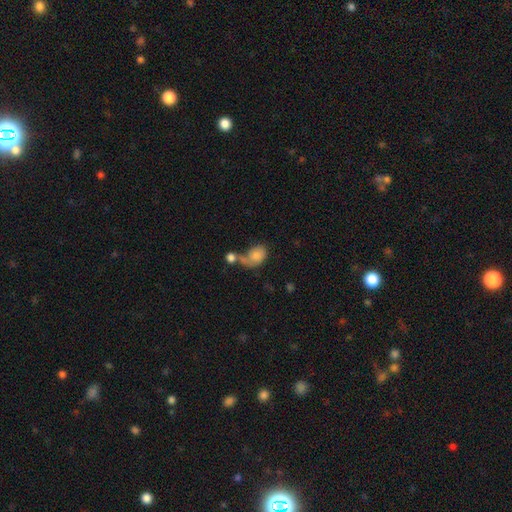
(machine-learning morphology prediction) Smooth or featured: smooth — 77% (featured or disk — 15%)
How rounded: in between — 71% (round — 28%)
Merging: merger — 44% (none — 26%)